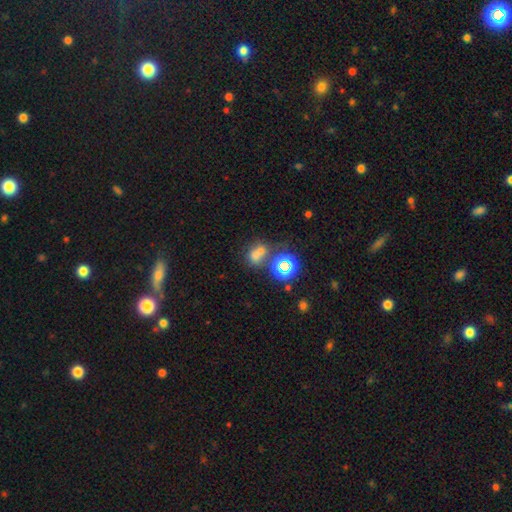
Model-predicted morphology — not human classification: smooth 59%, star or artifact 27%, featured or disk 13%. Down the decision tree: how rounded — round (49%); merging — merger (46%).